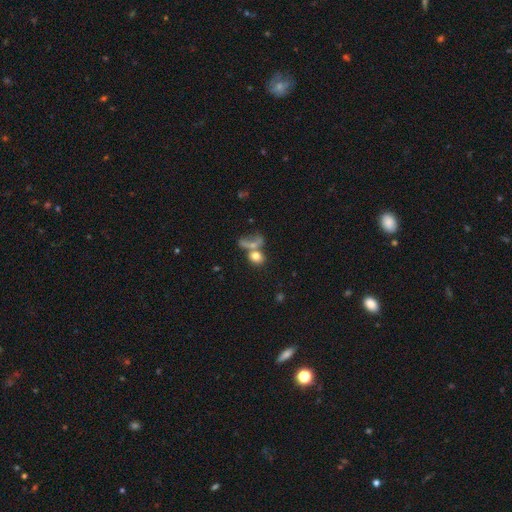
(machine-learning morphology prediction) smooth 71%, featured or disk 17%, star or artifact 13%. Down the decision tree: how rounded — round (59%); merging — merger (45%).